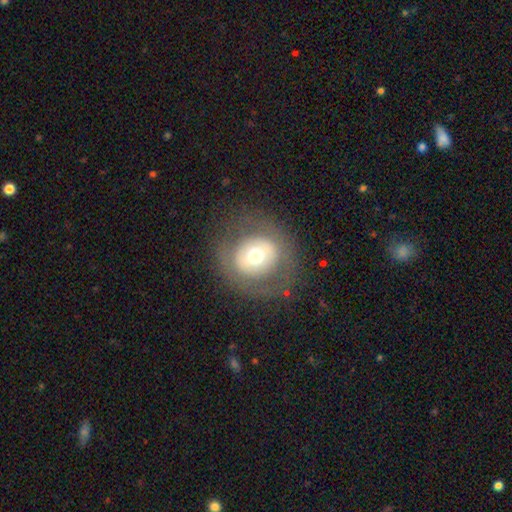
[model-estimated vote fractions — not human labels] Smooth or featured: smooth — 53% (featured or disk — 37%)
How rounded: round — 89% (in between — 10%)
Merging: none — 80% (minor disturbance — 10%)